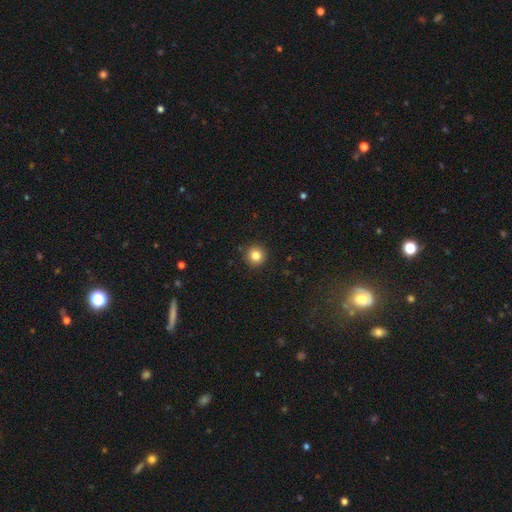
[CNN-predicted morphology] Q: Smooth or featured?
A: smooth (83%); runner-up: star or artifact (11%)
Q: How rounded?
A: round (95%); runner-up: in between (4%)
Q: Merging?
A: none (92%); runner-up: minor disturbance (5%)